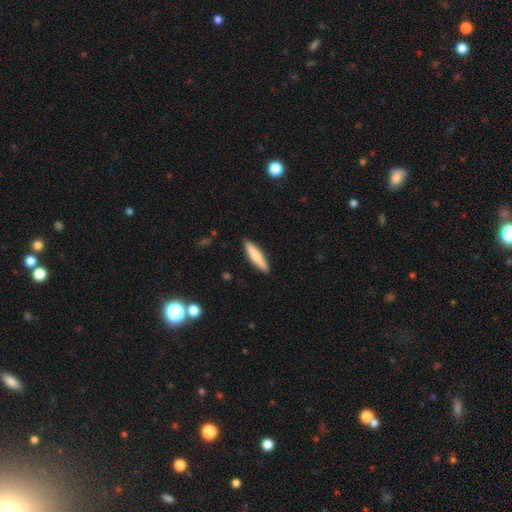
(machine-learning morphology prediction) smooth 71%, featured or disk 24%, star or artifact 5%. Down the decision tree: how rounded — cigar-shaped (83%); merging — none (90%).